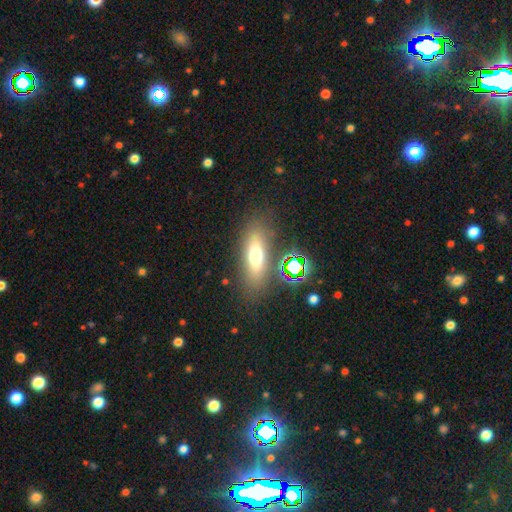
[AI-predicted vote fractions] Q: Smooth or featured?
A: smooth (59%); runner-up: featured or disk (27%)
Q: How rounded?
A: in between (54%); runner-up: cigar-shaped (40%)
Q: Merging?
A: none (80%); runner-up: minor disturbance (11%)